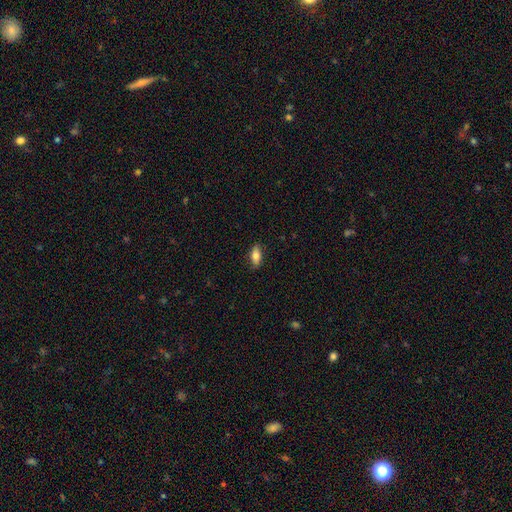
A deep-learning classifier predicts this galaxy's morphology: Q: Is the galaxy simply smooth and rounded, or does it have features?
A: smooth — 76%.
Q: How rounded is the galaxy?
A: in between — 80%.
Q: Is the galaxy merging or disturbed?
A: none — 85%.